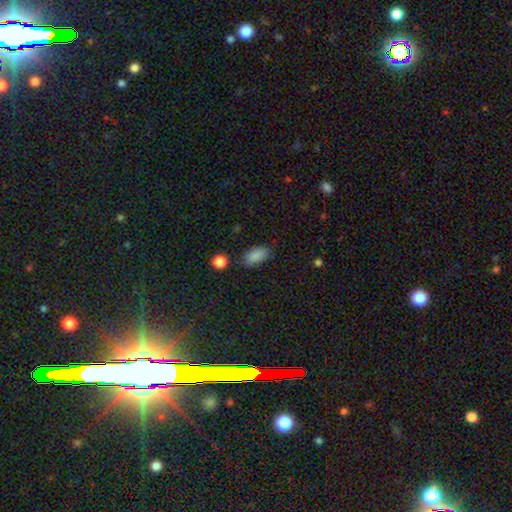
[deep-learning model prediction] smooth_or_featured: smooth (p=0.87) [alt: star or artifact p=0.09]
how_rounded: in between (p=0.92) [alt: round p=0.04]
merging: none (p=0.79) [alt: minor disturbance p=0.14]